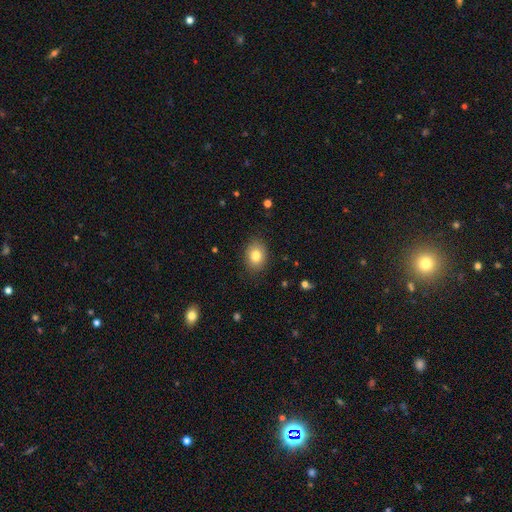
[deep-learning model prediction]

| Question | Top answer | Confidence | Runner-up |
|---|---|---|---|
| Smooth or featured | smooth | 82% | featured or disk (9%) |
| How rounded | in between | 64% | round (35%) |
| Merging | none | 85% | minor disturbance (11%) |